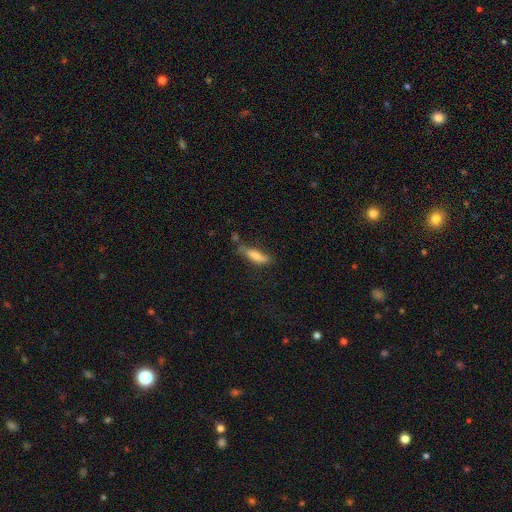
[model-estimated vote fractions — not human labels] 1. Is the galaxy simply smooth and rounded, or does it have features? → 75% smooth, 17% featured or disk, 8% star or artifact.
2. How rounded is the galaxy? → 67% cigar-shaped, 31% in between, 2% round.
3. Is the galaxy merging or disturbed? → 55% none, 28% minor disturbance, 10% major disturbance, 8% merger.